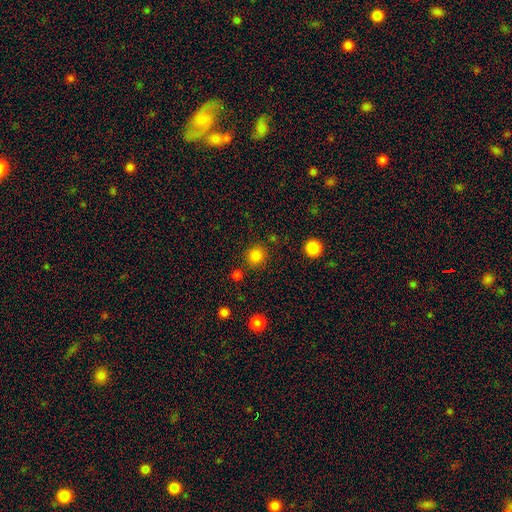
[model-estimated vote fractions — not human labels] This appears to be a smooth galaxy with no disk features (83%) that is round (90%). Merging: none (84%).